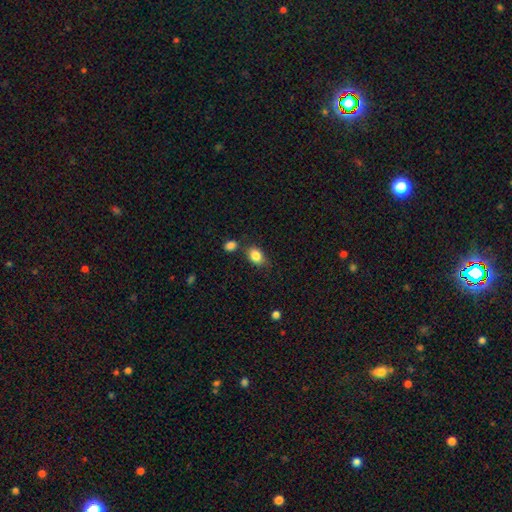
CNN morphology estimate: Q: Smooth or featured?
A: smooth (84%); runner-up: star or artifact (9%)
Q: How rounded?
A: in between (73%); runner-up: round (25%)
Q: Merging?
A: none (68%); runner-up: minor disturbance (17%)